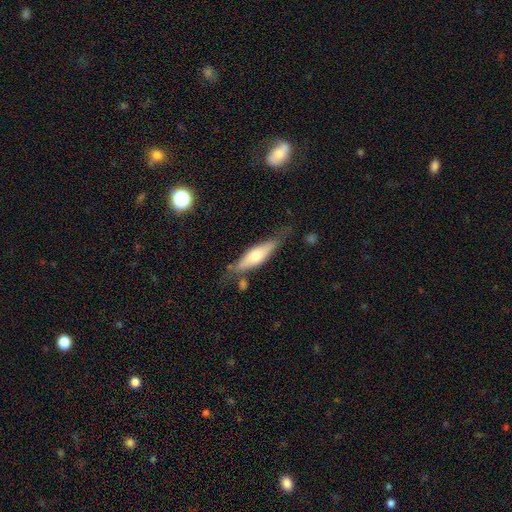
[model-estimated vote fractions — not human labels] A smooth galaxy with no disk features (50%). Merging: none (65%).